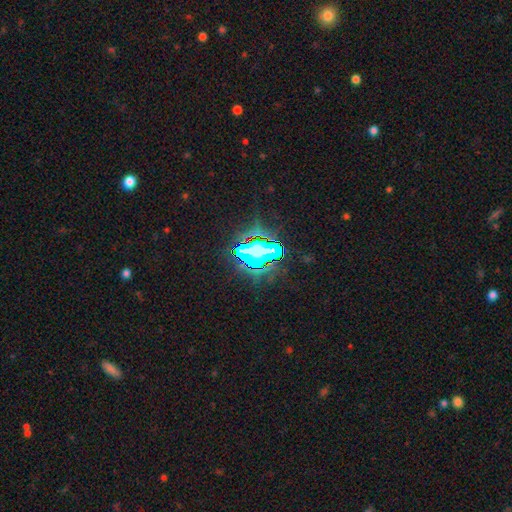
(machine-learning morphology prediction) Q: Smooth or featured?
A: star or artifact (77%); runner-up: smooth (13%)